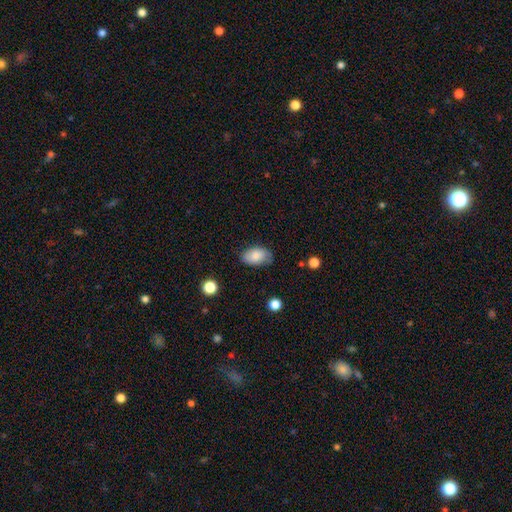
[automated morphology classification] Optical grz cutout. It shows a smooth galaxy with no disk features (83%) that is in between round and cigar-shaped (92%). Merging: none (73%).